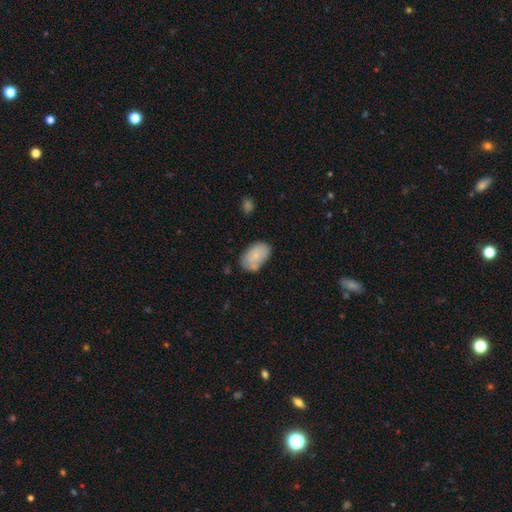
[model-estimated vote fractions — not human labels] A smooth galaxy with no disk features (77%) that is in between round and cigar-shaped (92%).

Vote fractions:
- Smooth or featured? smooth: 77% / featured or disk: 16% / star or artifact: 7%
- How rounded? in between: 92% / round: 7% / cigar-shaped: 1%
- Merging? none: 65% / minor disturbance: 22% / merger: 7% / major disturbance: 5%